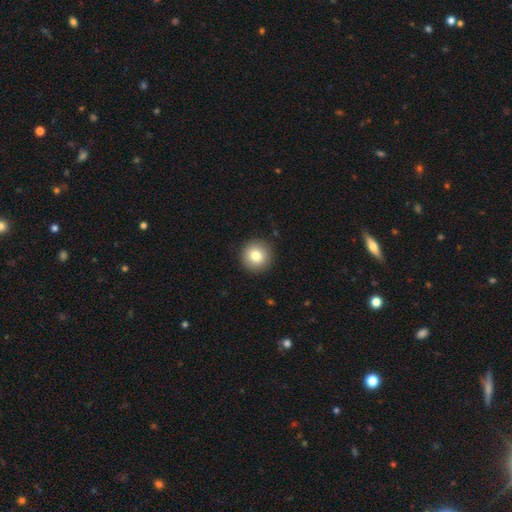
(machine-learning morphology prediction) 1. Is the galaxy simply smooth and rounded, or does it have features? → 81% smooth, 10% featured or disk, 9% star or artifact.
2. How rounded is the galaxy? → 95% round, 4% in between, 1% cigar-shaped.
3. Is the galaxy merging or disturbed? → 91% none, 6% minor disturbance, 2% major disturbance, 1% merger.